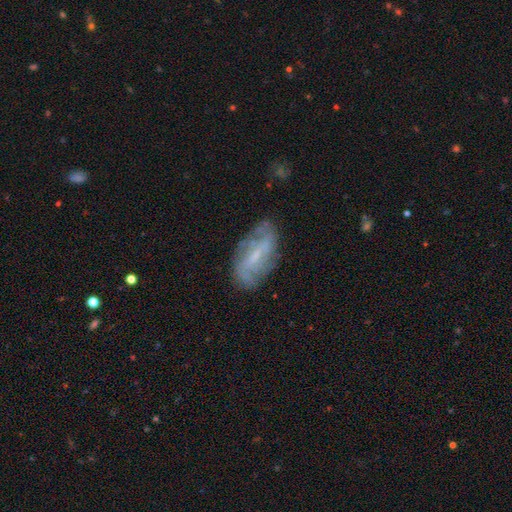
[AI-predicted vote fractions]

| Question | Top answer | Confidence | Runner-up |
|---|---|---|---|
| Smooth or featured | featured or disk | 70% | smooth (23%) |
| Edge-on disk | no | 92% | yes (8%) |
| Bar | weak | 50% | strong (26%) |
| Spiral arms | yes | 80% | no (20%) |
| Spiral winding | medium | 37% | loose (33%) |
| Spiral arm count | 2 | 42% | can't tell (37%) |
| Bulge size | small | 63% | moderate (20%) |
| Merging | none | 68% | minor disturbance (22%) |